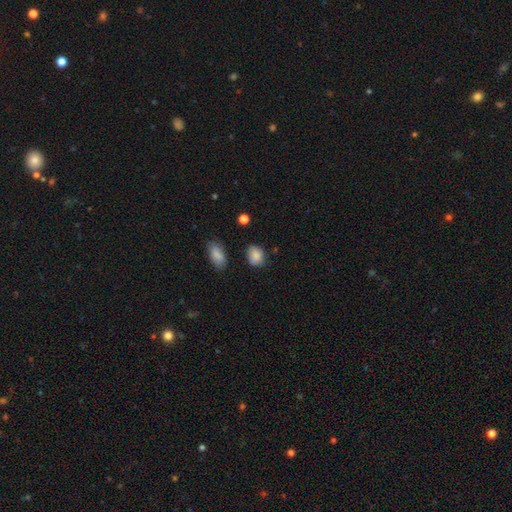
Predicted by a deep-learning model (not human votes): smooth 87%, star or artifact 8%, featured or disk 5%. Down the decision tree: how rounded — in between (55%); merging — none (75%).